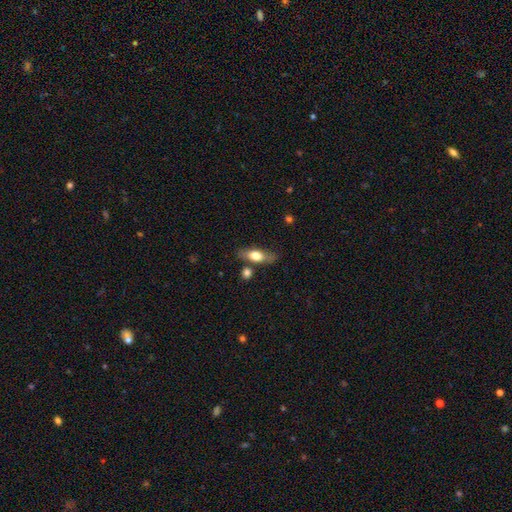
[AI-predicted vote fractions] Smooth or featured? smooth (66%)
How rounded? in between (66%)
Merging? none (70%)